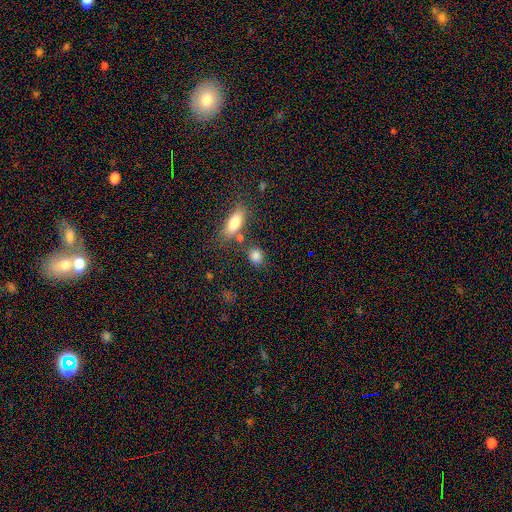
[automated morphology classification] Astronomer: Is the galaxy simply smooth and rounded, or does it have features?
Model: smooth — 83%.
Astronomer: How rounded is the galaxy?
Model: round — 48%, tied with in between at 48%.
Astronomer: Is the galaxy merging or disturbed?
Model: none — 68%.